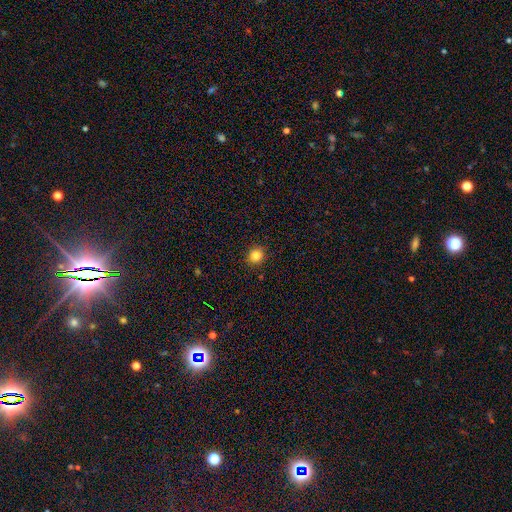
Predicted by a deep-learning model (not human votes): Overall: smooth (84%). How rounded: round (87%). Merging: none (91%).